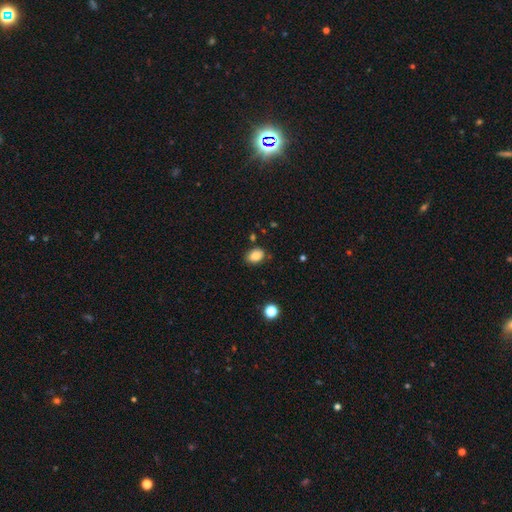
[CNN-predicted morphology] This is clearly a smooth galaxy (85%). How rounded: likely in between (73%). Merging: clearly none (82%).